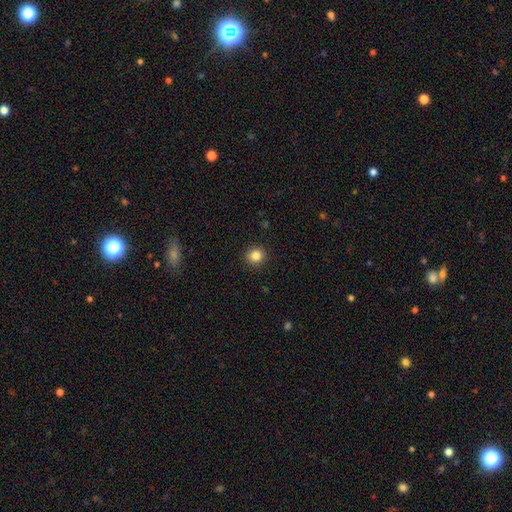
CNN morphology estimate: smooth-or-featured: smooth: 84% | star or artifact: 11% | featured or disk: 5%
  how-rounded: round: 88% | in between: 11% | cigar-shaped: 1%
  merging: none: 92% | minor disturbance: 6% | major disturbance: 2% | merger: 1%